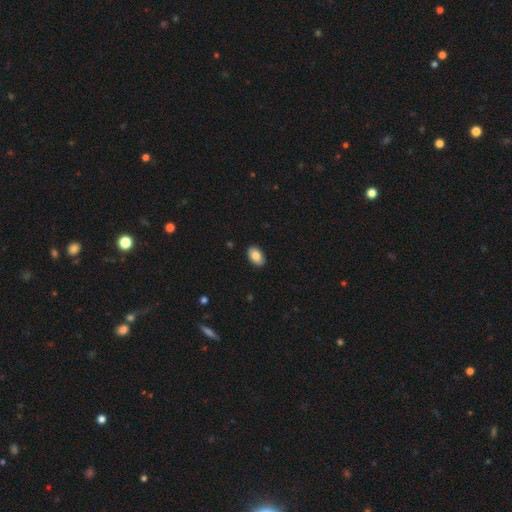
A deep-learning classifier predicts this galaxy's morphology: This appears to be a smooth galaxy with no disk features (84%) that is in between round and cigar-shaped (92%). Merging: none (89%).